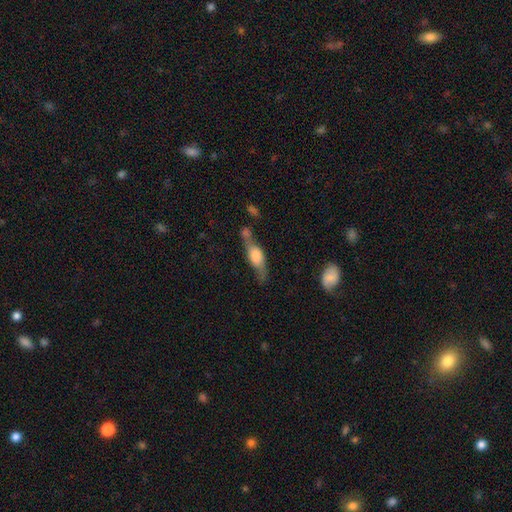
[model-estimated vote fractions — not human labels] Q: Smooth or featured?
A: featured or disk (49%); runner-up: smooth (43%)
Q: Merging?
A: none (44%); runner-up: merger (23%)